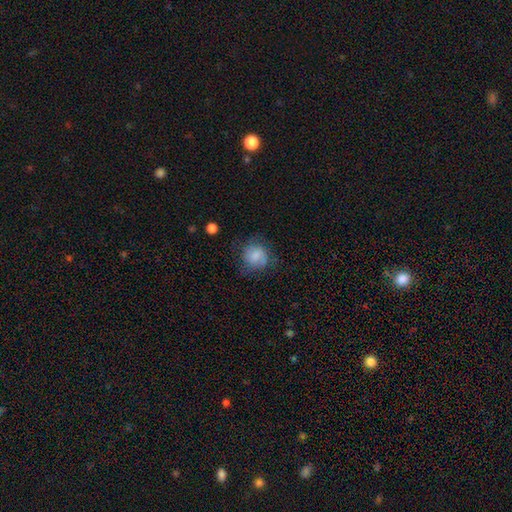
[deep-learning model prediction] Smooth or featured: smooth — 70% (featured or disk — 21%)
How rounded: round — 81% (in between — 18%)
Merging: none — 62% (minor disturbance — 24%)